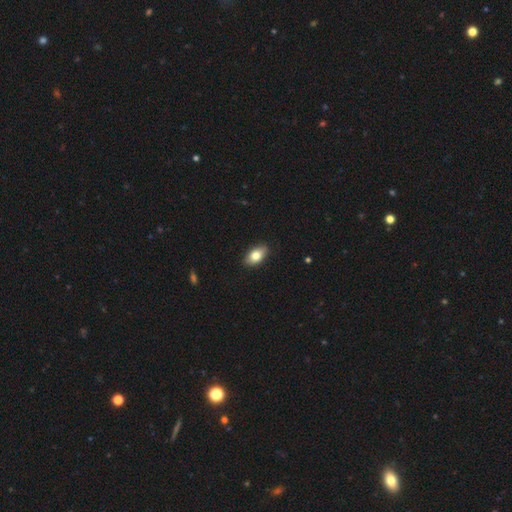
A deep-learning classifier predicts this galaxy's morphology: Smooth or featured? Predicted: smooth (p=0.79). How rounded? Predicted: in between (p=0.91). Merging? Predicted: none (p=0.88).